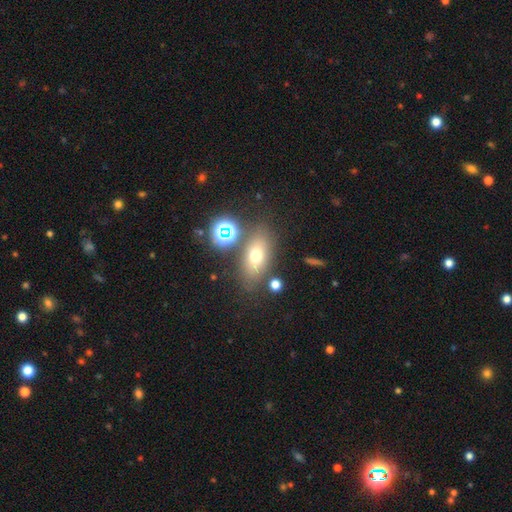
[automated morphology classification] Smooth or featured? Predicted: smooth (p=0.65). How rounded? Predicted: in between (p=0.78). Merging? Predicted: none (p=0.73).